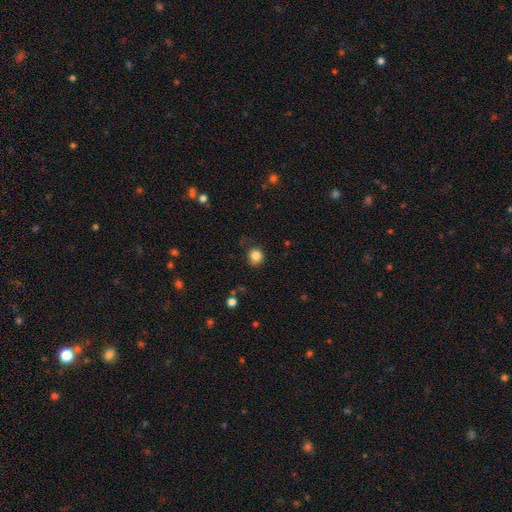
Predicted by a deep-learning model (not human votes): Smooth or featured? Predicted: smooth (p=0.84). How rounded? Predicted: round (p=0.79). Merging? Predicted: none (p=0.71).